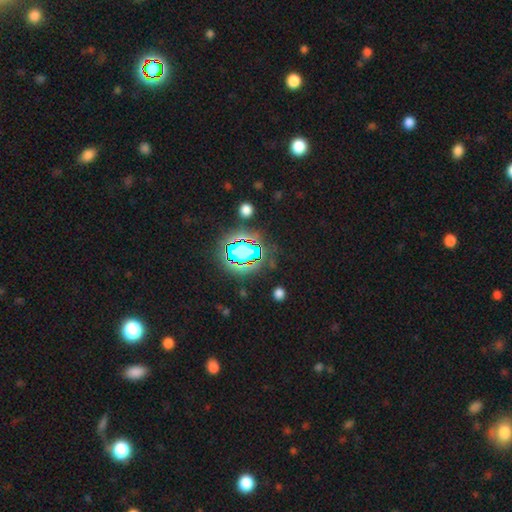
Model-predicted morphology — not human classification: Smooth or featured? Predicted: star or artifact (p=0.80).